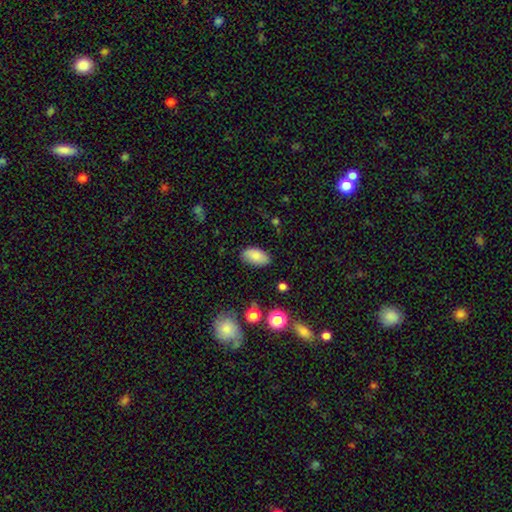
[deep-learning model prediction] Smooth or featured?
  - smooth: 84% *
  - star or artifact: 8%
  - featured or disk: 7%
How rounded?
  - in between: 94% *
  - round: 4%
  - cigar-shaped: 2%
Merging?
  - none: 84% *
  - minor disturbance: 12%
  - major disturbance: 3%
  - merger: 1%